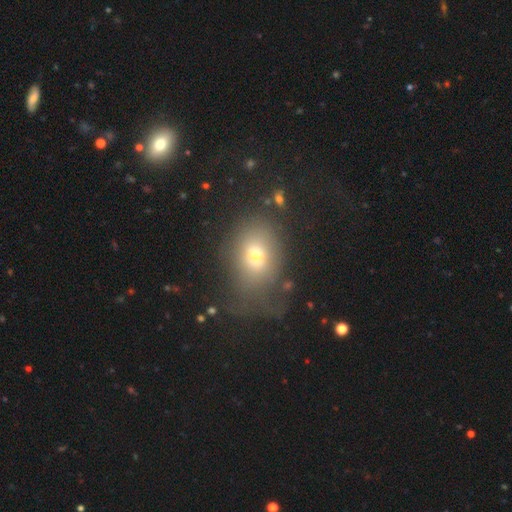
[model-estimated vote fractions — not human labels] Morphology: type=smooth (65%); roundness=in between (71%); merging=none (58%).